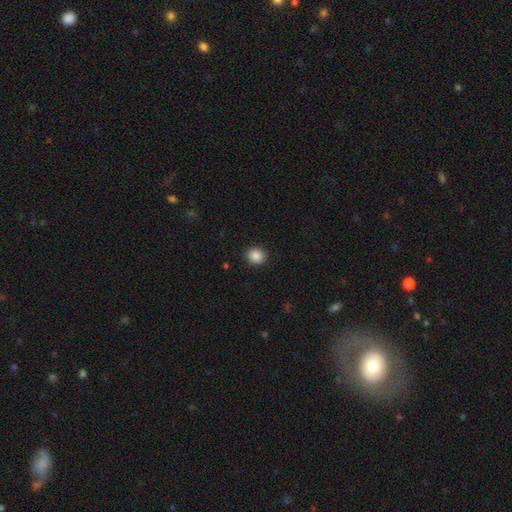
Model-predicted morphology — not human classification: A smooth galaxy with no disk features (87%) that is round (82%).

Vote fractions:
- Smooth or featured? smooth: 87% / star or artifact: 9% / featured or disk: 3%
- How rounded? round: 82% / in between: 17% / cigar-shaped: 1%
- Merging? none: 91% / minor disturbance: 6% / major disturbance: 2% / merger: 1%